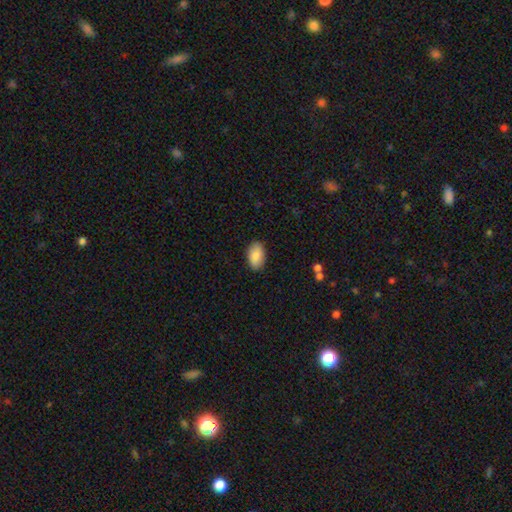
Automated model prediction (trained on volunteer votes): A smooth galaxy with no disk features (88%) that is in between round and cigar-shaped (94%).

Vote fractions:
- Smooth or featured? smooth: 88% / star or artifact: 6% / featured or disk: 6%
- How rounded? in between: 94% / round: 5% / cigar-shaped: 2%
- Merging? none: 87% / minor disturbance: 10% / major disturbance: 2% / merger: 1%